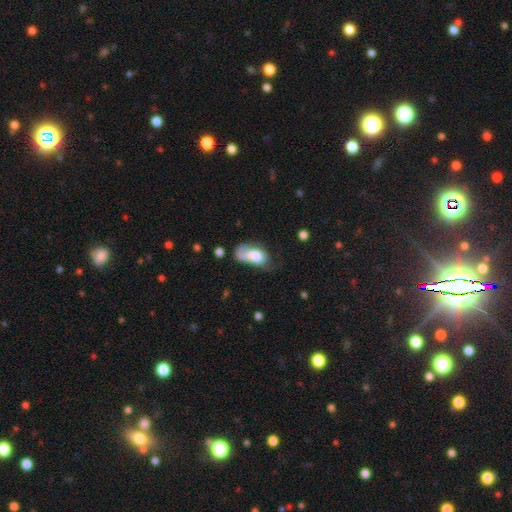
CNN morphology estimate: smooth 58%, featured or disk 34%, star or artifact 8%. Down the decision tree: how rounded — in between (90%); merging — major disturbance (34%).